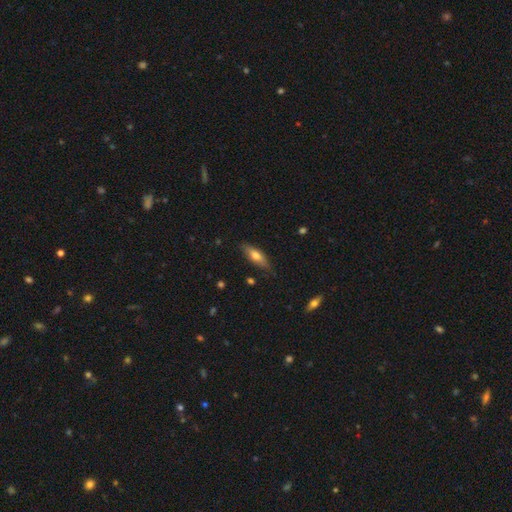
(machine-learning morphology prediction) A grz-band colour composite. It shows a smooth galaxy with no disk features (59%) that is cigar-shaped (49%, tied with in between). Merging: none (82%).